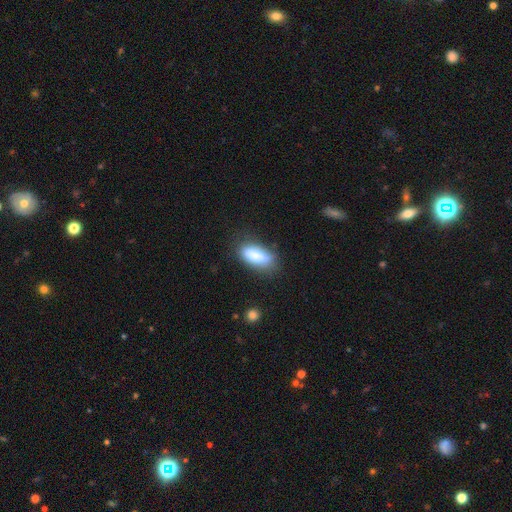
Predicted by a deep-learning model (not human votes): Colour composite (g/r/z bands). It shows a smooth galaxy with no disk features (80%) that is in between round and cigar-shaped (75%). Merging: none (74%).